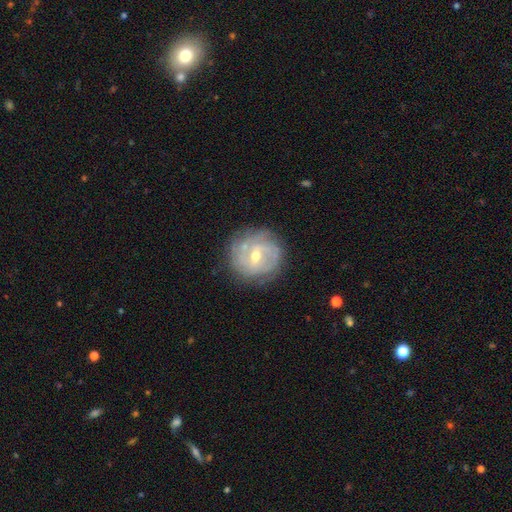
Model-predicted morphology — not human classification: type=featured or disk (77%); edge-on=no (97%); bar=weak (55%); spiral arms=yes (87%); winding=tight (59%); arm count=can't tell (38%); bulge=moderate (52%); merging=none (79%).